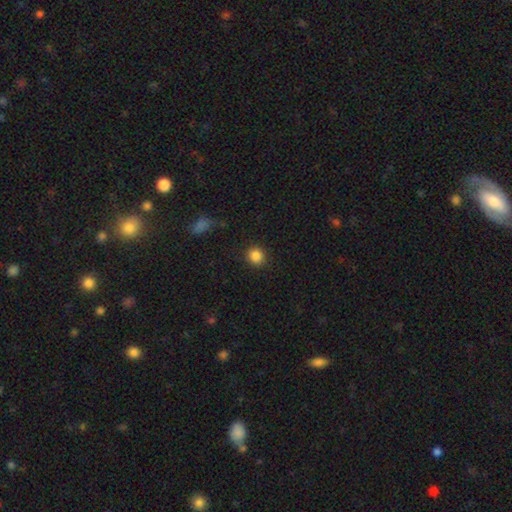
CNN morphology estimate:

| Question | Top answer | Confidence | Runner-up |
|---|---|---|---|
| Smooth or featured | smooth | 86% | star or artifact (11%) |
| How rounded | round | 87% | in between (12%) |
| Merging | none | 89% | minor disturbance (7%) |